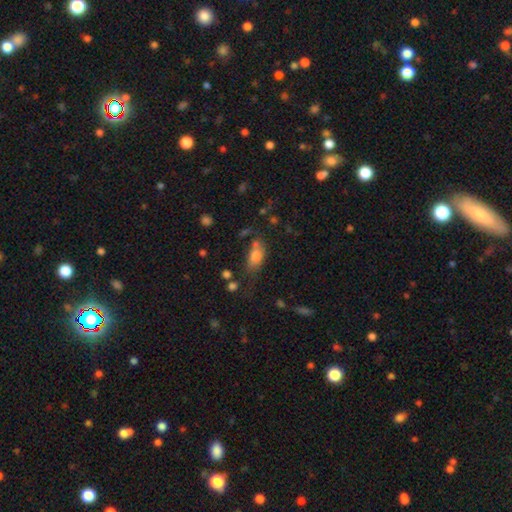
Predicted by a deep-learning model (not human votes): Overall: smooth (76%). How rounded: in between (85%). Merging: none (41%; minor disturbance 28%).